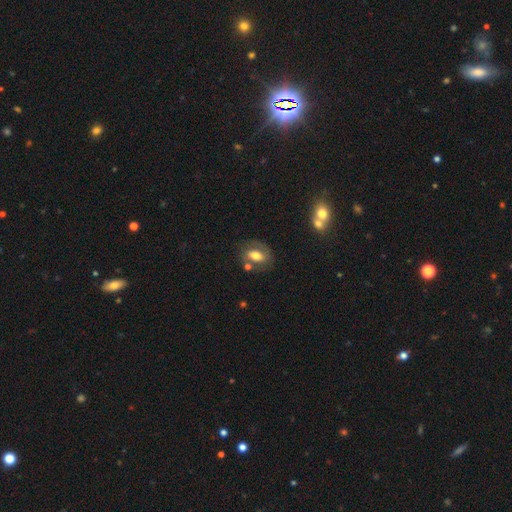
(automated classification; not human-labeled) Smooth or featured?
  - smooth: 50% *
  - featured or disk: 41%
  - star or artifact: 9%
Merging?
  - none: 58% *
  - minor disturbance: 18%
  - merger: 15%
  - major disturbance: 9%